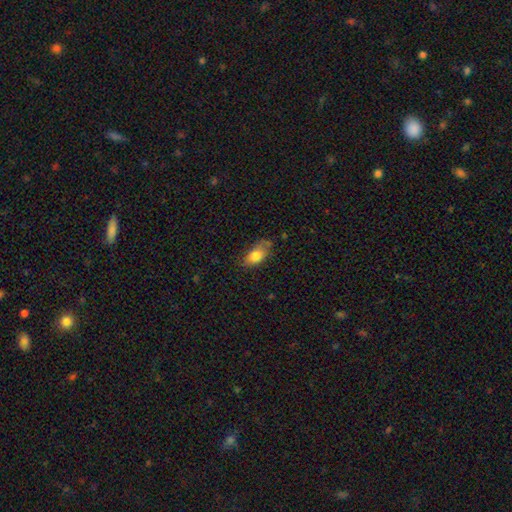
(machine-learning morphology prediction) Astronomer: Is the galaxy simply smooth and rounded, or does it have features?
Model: smooth — 77%.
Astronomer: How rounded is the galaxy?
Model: in between — 87%.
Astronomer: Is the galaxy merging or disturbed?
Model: none — 51% (runner-up: minor disturbance, 34%).